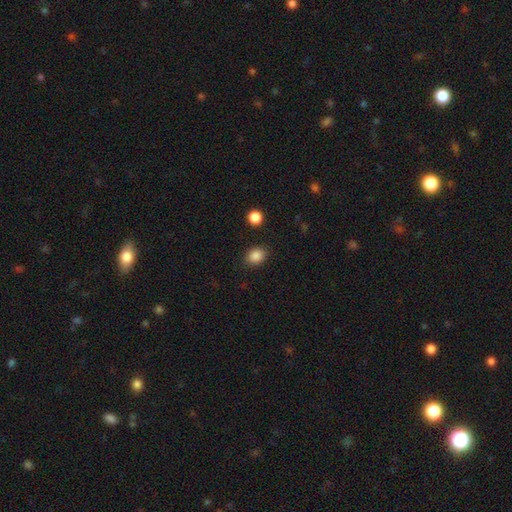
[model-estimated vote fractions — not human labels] Smooth or featured? smooth (87%)
How rounded? round (56%)
Merging? none (87%)